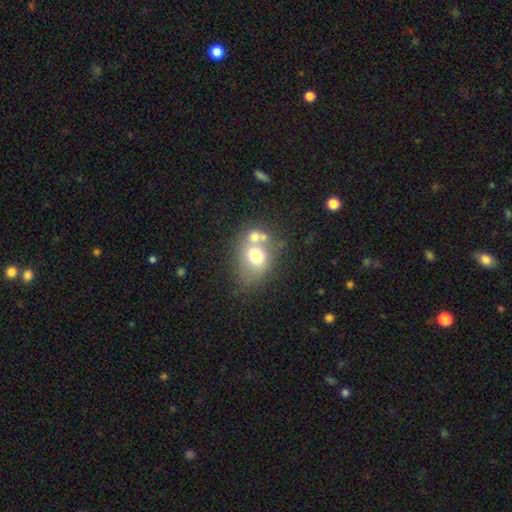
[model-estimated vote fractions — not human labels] This appears to be a smooth galaxy with no disk features (65%) that is in between round and cigar-shaped (50%). Merging: merger (44%).